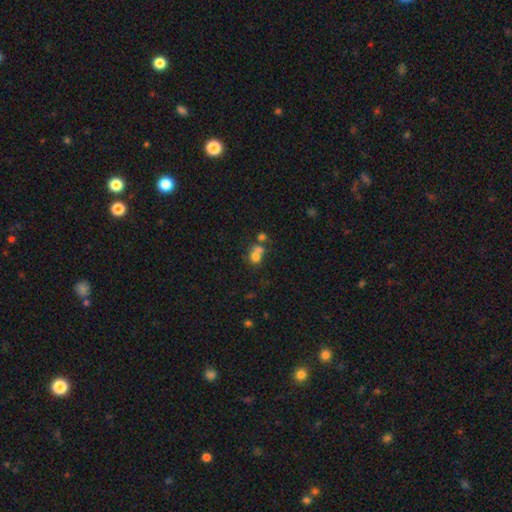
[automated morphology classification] This is likely a smooth galaxy (71%). How rounded: likely round (65%). Merging: possibly merger (51%).